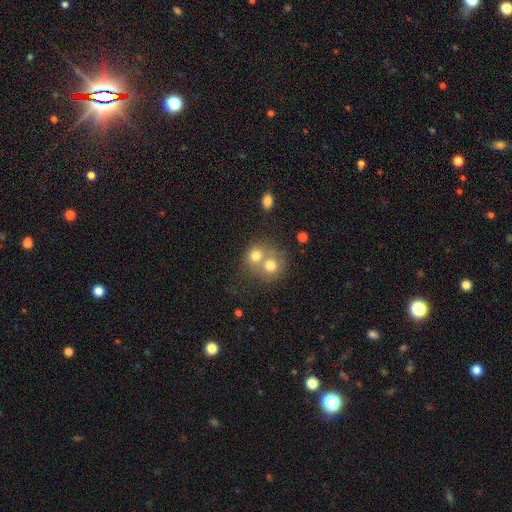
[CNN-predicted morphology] Q: Smooth or featured?
A: smooth (72%); runner-up: featured or disk (17%)
Q: How rounded?
A: round (77%); runner-up: in between (22%)
Q: Merging?
A: merger (60%); runner-up: none (30%)